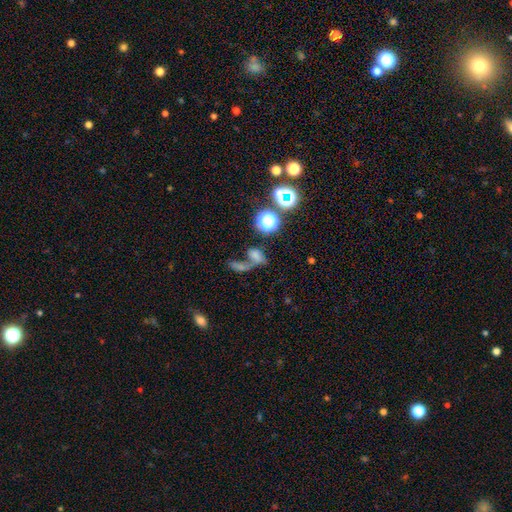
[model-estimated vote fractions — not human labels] A smooth galaxy with no disk features (56%) that is in between round and cigar-shaped (67%).

Vote fractions:
- Smooth or featured? smooth: 56% / star or artifact: 26% / featured or disk: 18%
- How rounded? in between: 67% / round: 28% / cigar-shaped: 4%
- Merging? merger: 53% / none: 24% / major disturbance: 14% / minor disturbance: 9%